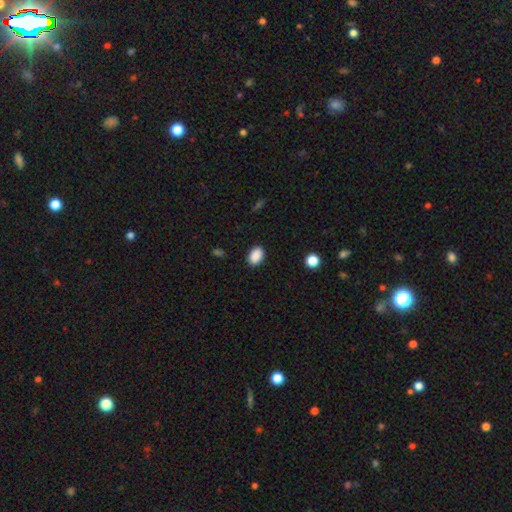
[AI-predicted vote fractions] This is clearly a smooth galaxy (89%). How rounded: clearly in between (83%). Merging: clearly none (89%).